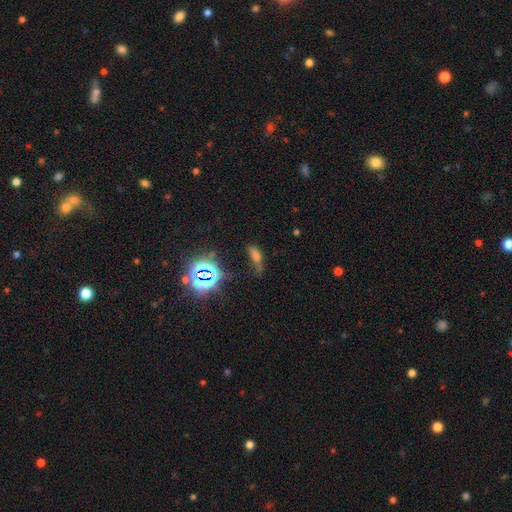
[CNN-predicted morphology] smooth-or-featured: smooth: 42% | star or artifact: 39% | featured or disk: 18%
  merging: none: 44% | major disturbance: 24% | minor disturbance: 24% | merger: 9%